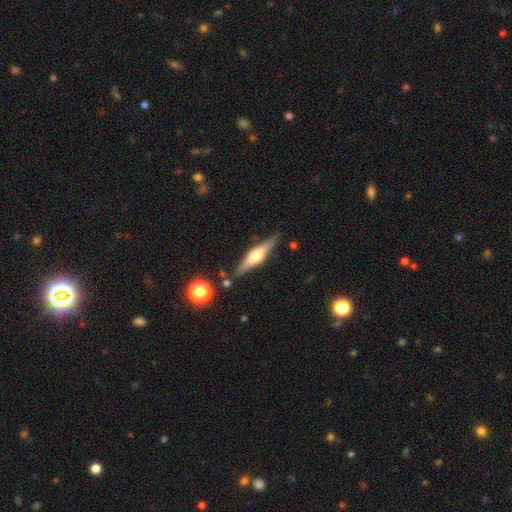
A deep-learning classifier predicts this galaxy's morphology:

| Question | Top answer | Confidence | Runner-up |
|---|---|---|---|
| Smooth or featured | featured or disk | 66% | smooth (28%) |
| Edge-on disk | yes | 96% | no (4%) |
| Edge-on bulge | rounded | 88% | boxy (9%) |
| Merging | none | 83% | minor disturbance (11%) |